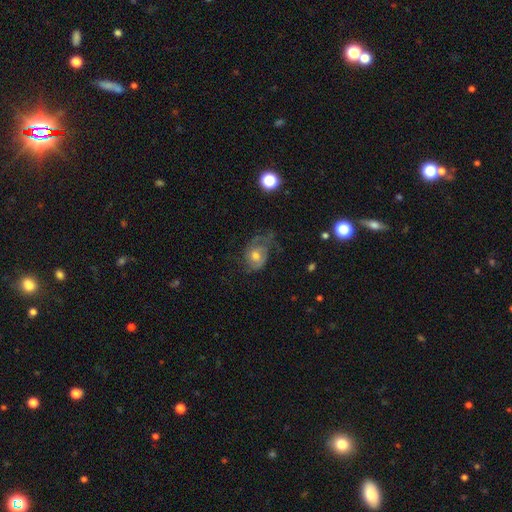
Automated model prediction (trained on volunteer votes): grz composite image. It shows a featured or disk galaxy (63%) with no bar (75%), spiral arms (82%) and a moderate central bulge (67%). Merging: none (43%).